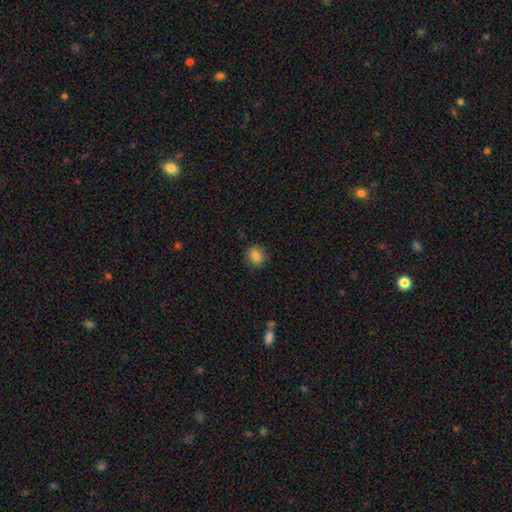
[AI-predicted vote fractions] A smooth galaxy with no disk features (83%) that is round (73%). Merging: none (88%).